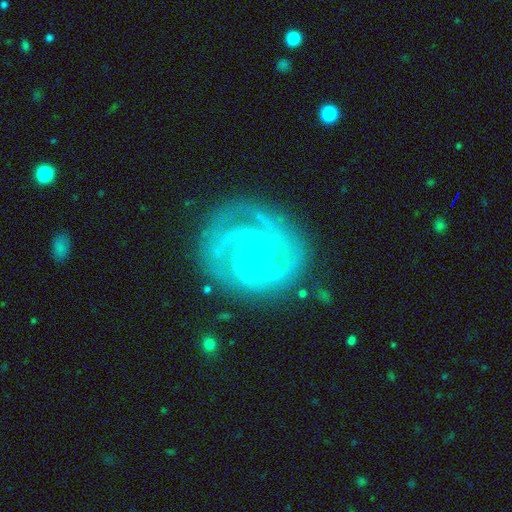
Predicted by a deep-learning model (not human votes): smooth_or_featured: featured or disk (p=0.92) [alt: star or artifact p=0.05]
disk_edge_on: no (p=0.98) [alt: yes p=0.02]
bar: no (p=0.50) [alt: weak p=0.38]
has_spiral_arms: yes (p=0.99) [alt: no p=0.01]
spiral_winding: tight (p=0.63) [alt: medium p=0.33]
spiral_arm_count: 3 (p=0.48) [alt: 2 p=0.28]
bulge_size: moderate (p=0.51) [alt: small p=0.46]
merging: none (p=0.80) [alt: minor disturbance p=0.14]